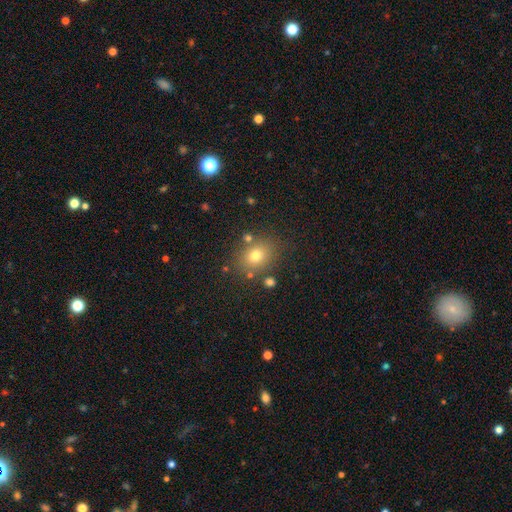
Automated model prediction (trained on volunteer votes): Smooth or featured: smooth — 73% (star or artifact — 15%)
How rounded: round — 51% (in between — 48%)
Merging: none — 78% (minor disturbance — 11%)